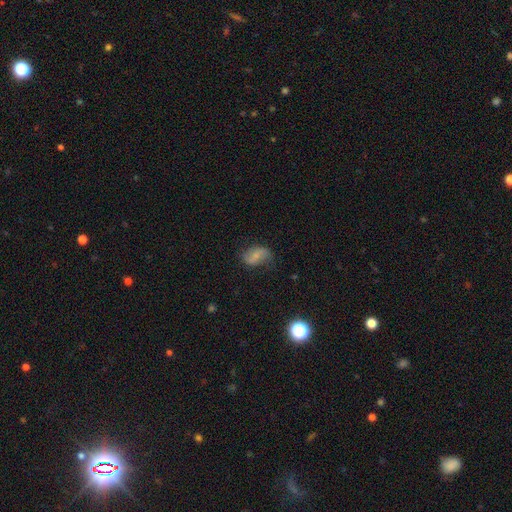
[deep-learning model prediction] The model was most divided on "smooth or featured": smooth: 50%, featured or disk: 40%, star or artifact: 10%. More confident: how rounded — in between (86%); merging — none (66%).